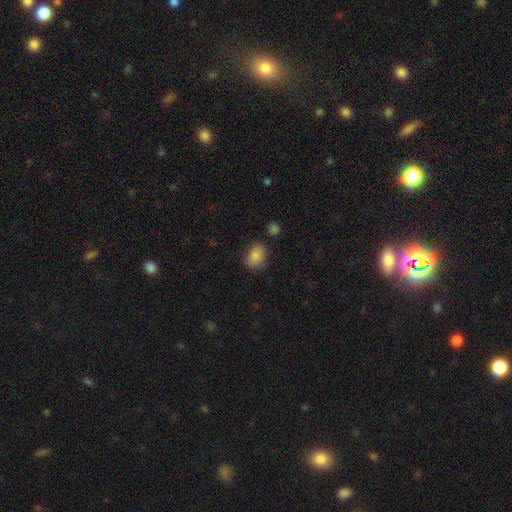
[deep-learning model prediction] smooth 84%, star or artifact 9%, featured or disk 7%. Down the decision tree: how rounded — in between (66%); merging — none (75%).